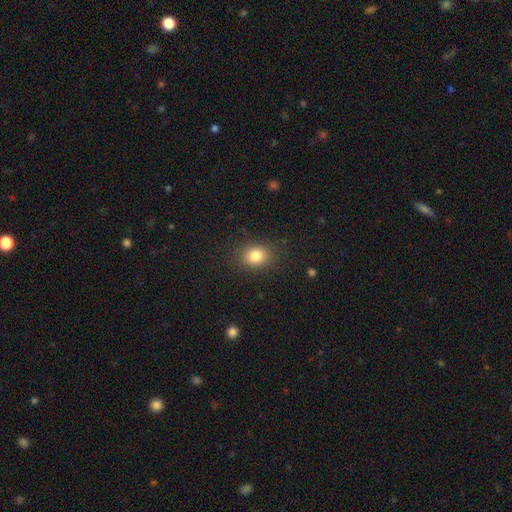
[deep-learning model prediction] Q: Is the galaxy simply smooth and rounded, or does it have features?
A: smooth — 83%.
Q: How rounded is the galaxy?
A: in between — 51%.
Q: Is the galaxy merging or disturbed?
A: none — 85%.